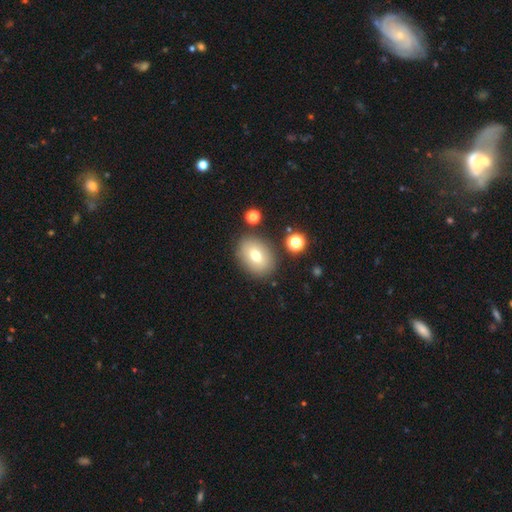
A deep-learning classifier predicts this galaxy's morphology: smooth_or_featured: smooth (p=0.71) [alt: featured or disk p=0.18]
how_rounded: in between (p=0.71) [alt: round p=0.28]
merging: none (p=0.83) [alt: minor disturbance p=0.10]